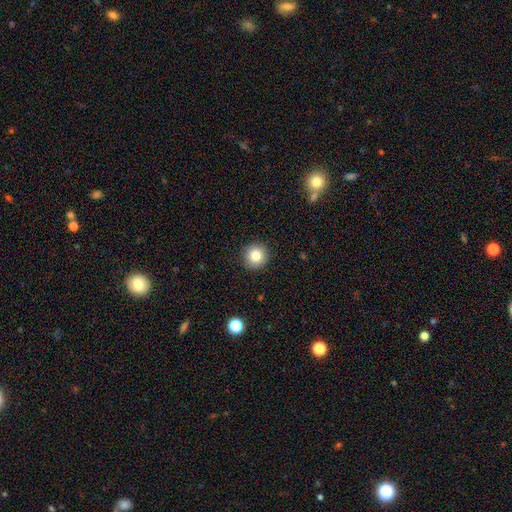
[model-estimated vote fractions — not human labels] smooth 82%, star or artifact 10%, featured or disk 8%. Down the decision tree: how rounded — round (94%); merging — none (91%).